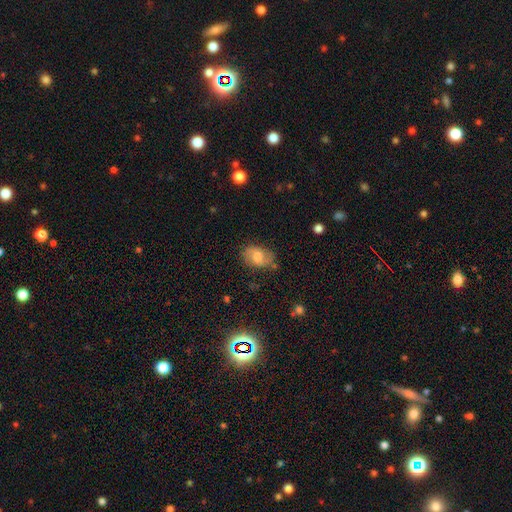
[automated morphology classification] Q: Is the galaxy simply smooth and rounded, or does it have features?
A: smooth — 51%.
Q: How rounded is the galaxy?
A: in between — 75%.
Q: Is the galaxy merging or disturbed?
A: none — 74%.